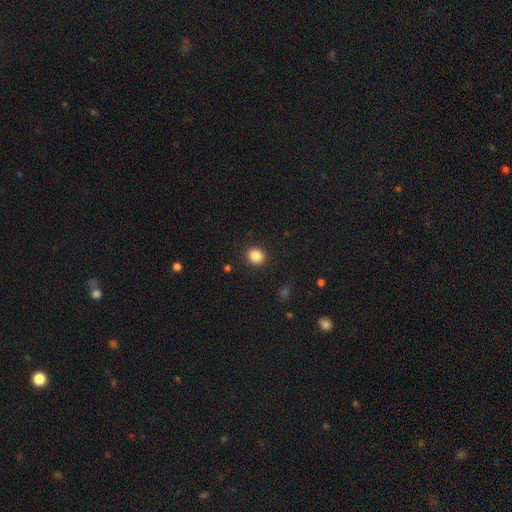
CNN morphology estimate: Smooth or featured? smooth (86%)
How rounded? round (75%)
Merging? none (90%)